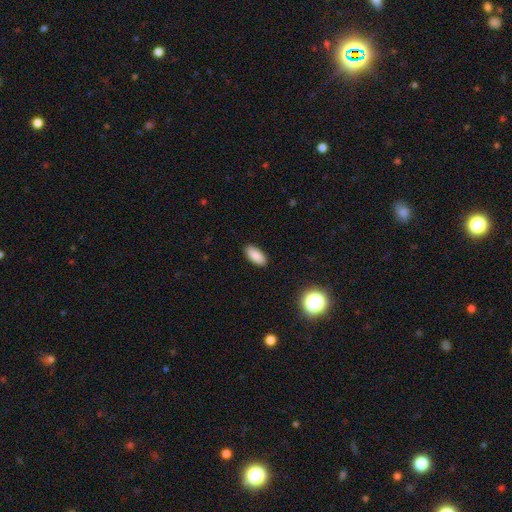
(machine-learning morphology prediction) type=smooth (87%); roundness=in between (88%); merging=none (89%).